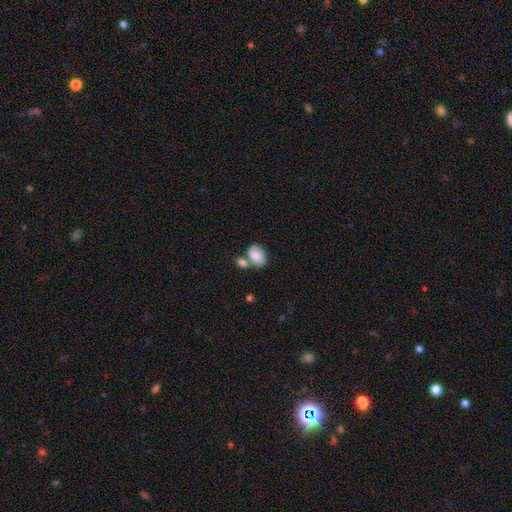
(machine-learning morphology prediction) This appears to be a smooth galaxy with no disk features (73%) that is in between round and cigar-shaped (78%). Merging: merger (40%).